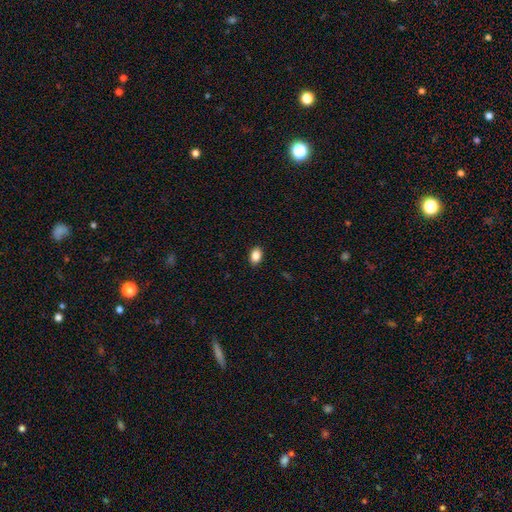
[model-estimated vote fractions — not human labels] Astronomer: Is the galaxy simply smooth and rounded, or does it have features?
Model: smooth — 87%.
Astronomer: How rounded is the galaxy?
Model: in between — 81%.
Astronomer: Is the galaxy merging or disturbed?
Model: none — 90%.